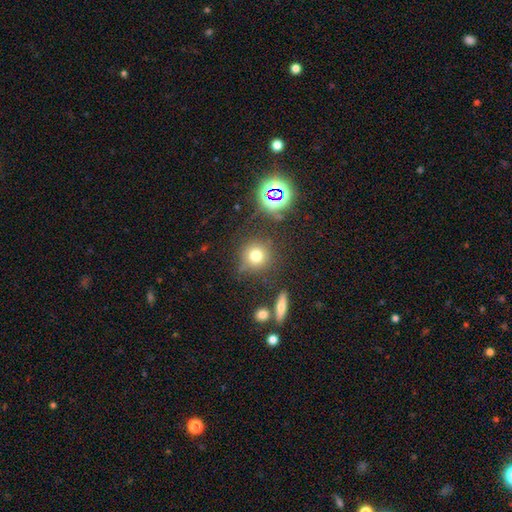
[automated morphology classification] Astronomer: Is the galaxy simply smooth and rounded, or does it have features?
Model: smooth — 71%.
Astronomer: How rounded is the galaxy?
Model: round — 91%.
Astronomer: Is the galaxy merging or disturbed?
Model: none — 78%.